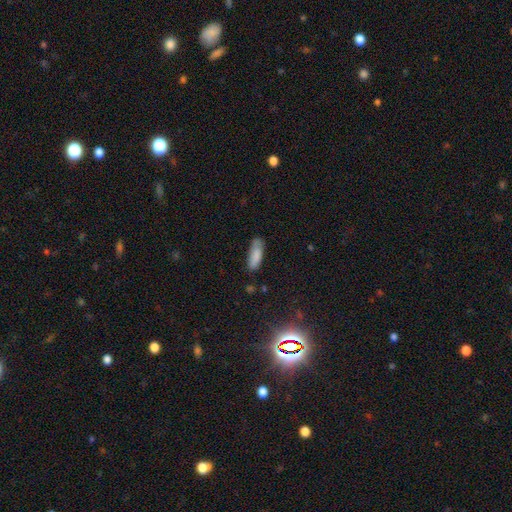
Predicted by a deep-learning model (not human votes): Overall: smooth (84%). How rounded: in between (60%; cigar-shaped 38%). Merging: none (72%).